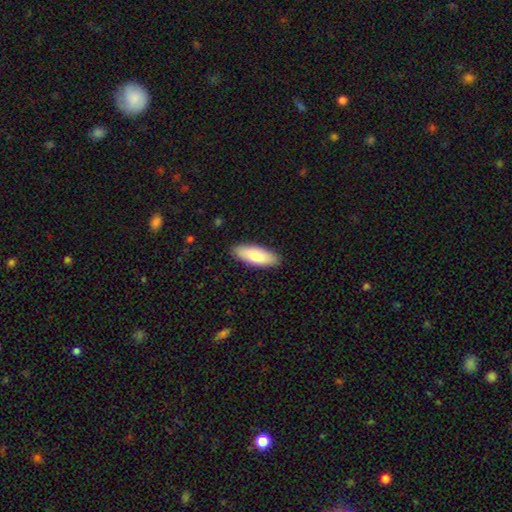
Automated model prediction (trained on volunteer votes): Smooth or featured?
  - smooth: 80% *
  - featured or disk: 14%
  - star or artifact: 5%
How rounded?
  - in between: 69% *
  - cigar-shaped: 29%
  - round: 2%
Merging?
  - none: 89% *
  - minor disturbance: 9%
  - major disturbance: 2%
  - merger: 1%